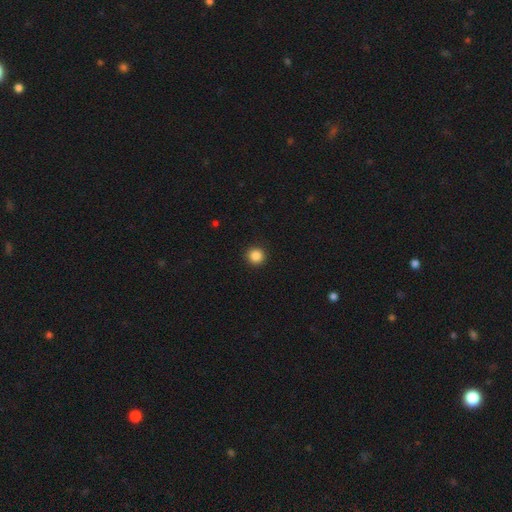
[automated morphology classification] This appears to be a smooth galaxy with no disk features (86%) that is round (95%). Merging: none (93%).